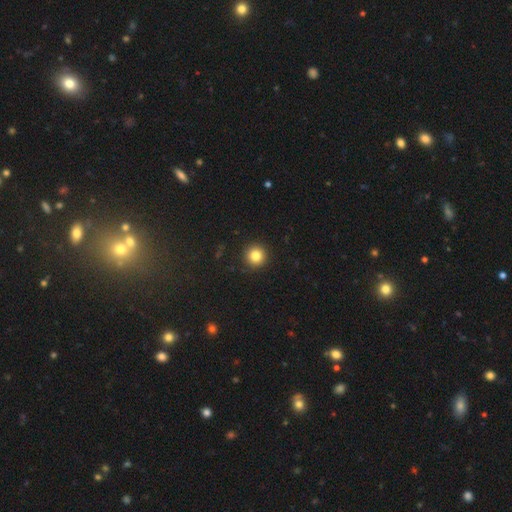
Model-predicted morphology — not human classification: A smooth galaxy with no disk features (83%) that is round (96%).

Vote fractions:
- Smooth or featured? smooth: 83% / star or artifact: 11% / featured or disk: 6%
- How rounded? round: 96% / in between: 3% / cigar-shaped: 1%
- Merging? none: 92% / minor disturbance: 5% / major disturbance: 2% / merger: 1%